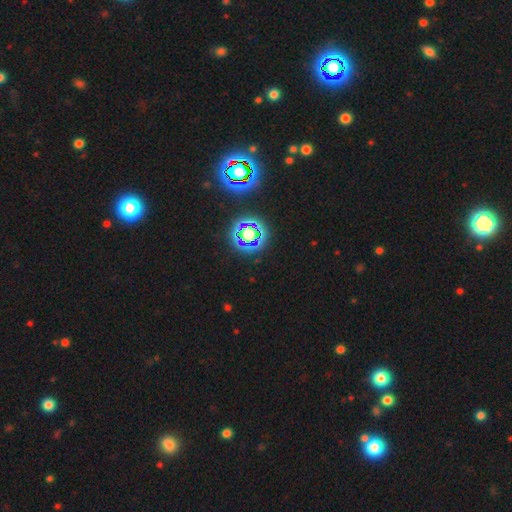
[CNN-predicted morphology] Overall: star or artifact (79%).